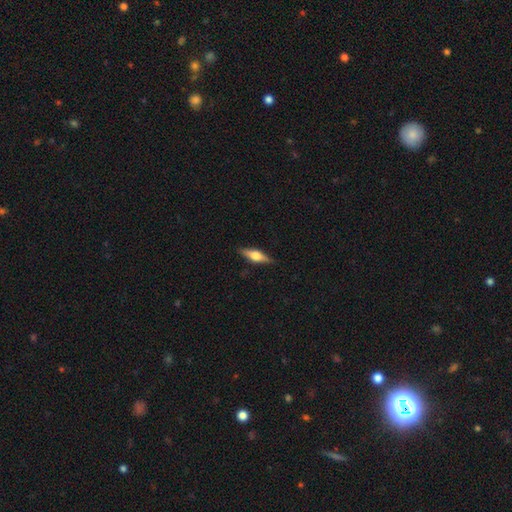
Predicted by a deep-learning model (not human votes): Q: Smooth or featured?
A: featured or disk (57%); runner-up: smooth (37%)
Q: Edge-on disk?
A: yes (95%); runner-up: no (5%)
Q: Edge-on bulge?
A: rounded (92%); runner-up: boxy (6%)
Q: Merging?
A: none (87%); runner-up: minor disturbance (9%)